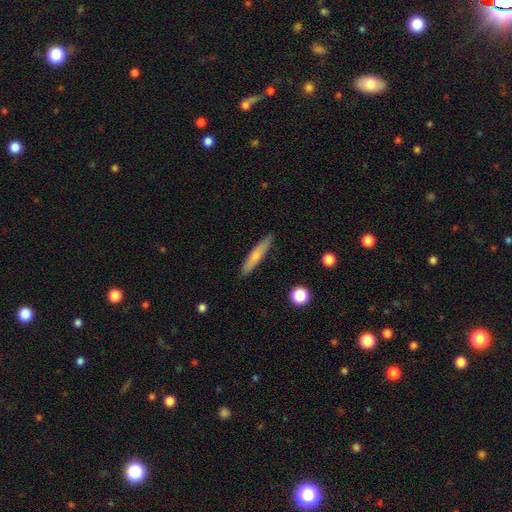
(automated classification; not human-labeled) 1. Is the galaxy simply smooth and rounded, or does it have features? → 67% smooth, 27% featured or disk, 6% star or artifact.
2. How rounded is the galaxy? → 91% cigar-shaped, 8% in between, 2% round.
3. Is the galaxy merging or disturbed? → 89% none, 8% minor disturbance, 2% major disturbance, 1% merger.